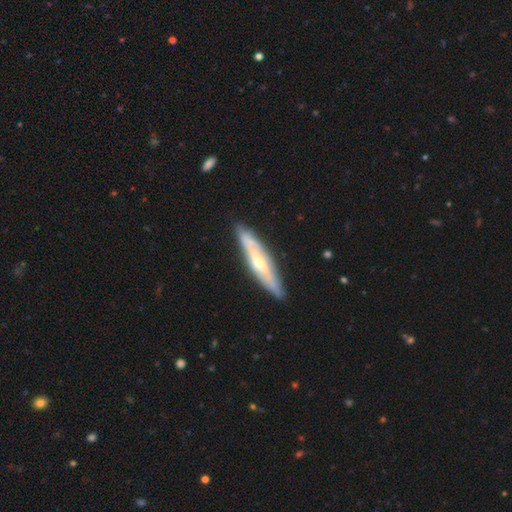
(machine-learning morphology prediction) This is likely a featured or disk galaxy (64%). It is likely viewed edge-on (72%). Merging: clearly none (84%).